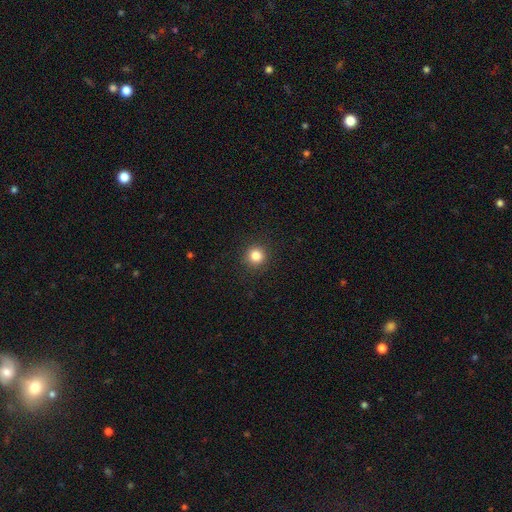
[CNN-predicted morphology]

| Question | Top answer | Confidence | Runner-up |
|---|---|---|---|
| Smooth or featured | smooth | 84% | star or artifact (12%) |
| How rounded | round | 94% | in between (5%) |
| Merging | none | 91% | minor disturbance (6%) |